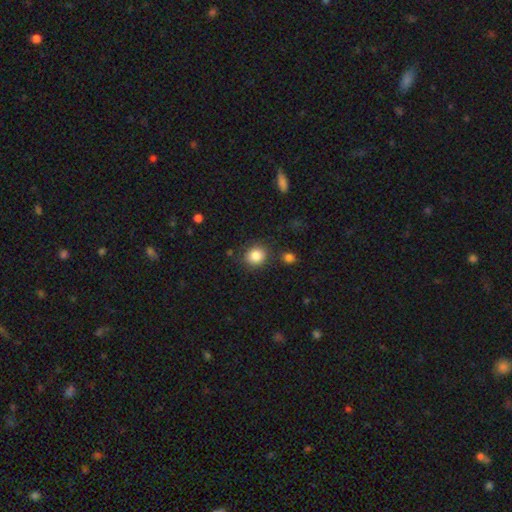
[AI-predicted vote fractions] smooth-or-featured: smooth: 85% | star or artifact: 10% | featured or disk: 5%
  how-rounded: round: 80% | in between: 19% | cigar-shaped: 1%
  merging: none: 83% | minor disturbance: 10% | merger: 4% | major disturbance: 3%